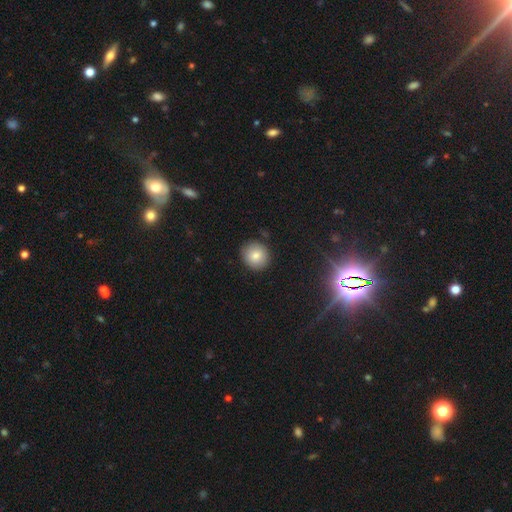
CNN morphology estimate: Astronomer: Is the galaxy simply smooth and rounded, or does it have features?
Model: smooth — 81%.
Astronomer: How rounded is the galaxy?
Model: round — 90%.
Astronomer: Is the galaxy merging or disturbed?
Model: none — 88%.